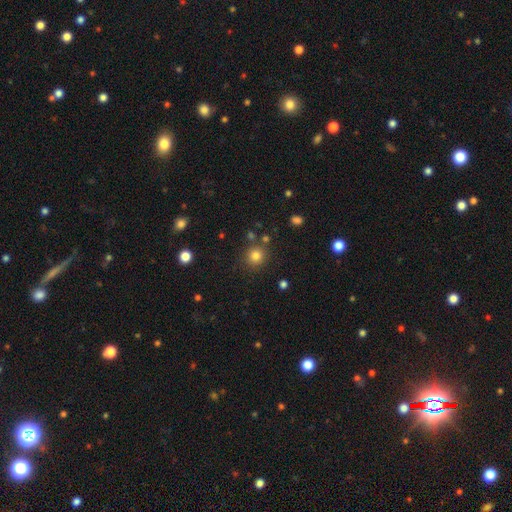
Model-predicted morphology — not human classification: This appears to be a smooth galaxy with no disk features (80%) that is round (90%). Merging: none (83%).